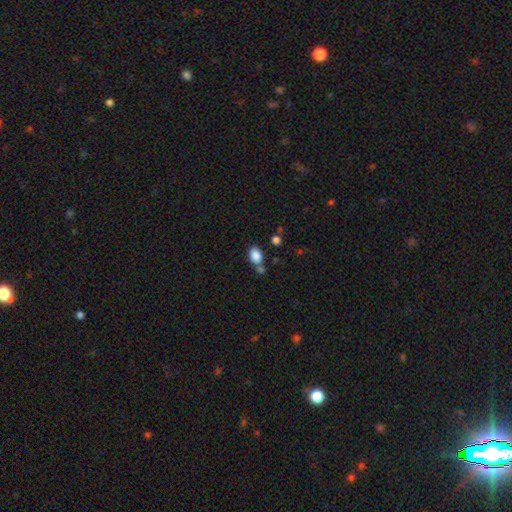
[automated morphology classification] Overall: smooth (86%). How rounded: in between (77%). Merging: none (57%; merger 24%).